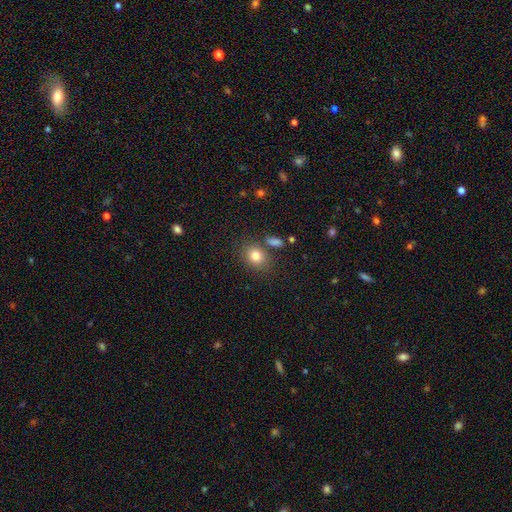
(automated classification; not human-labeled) The model was most divided on "how rounded": round: 54%, in between: 45%, cigar-shaped: 1%. More confident: smooth or featured — smooth (81%); merging — none (76%).